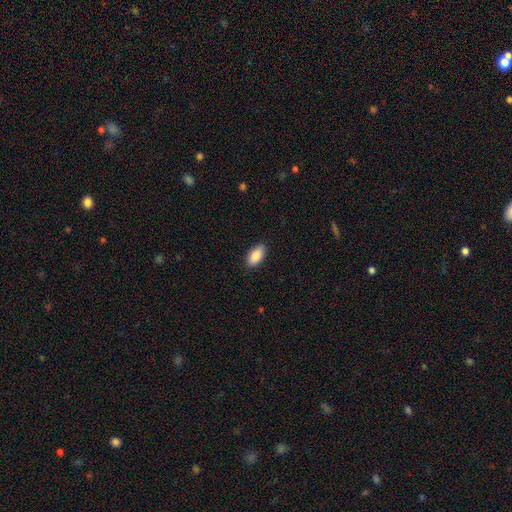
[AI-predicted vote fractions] Morphology: type=smooth (88%); roundness=in between (93%); merging=none (89%).